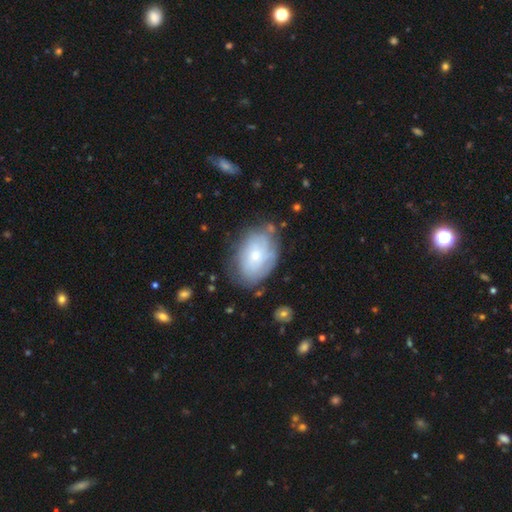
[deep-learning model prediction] smooth-or-featured: featured or disk: 48% | smooth: 44% | star or artifact: 8%
  merging: none: 66% | minor disturbance: 23% | major disturbance: 8% | merger: 3%